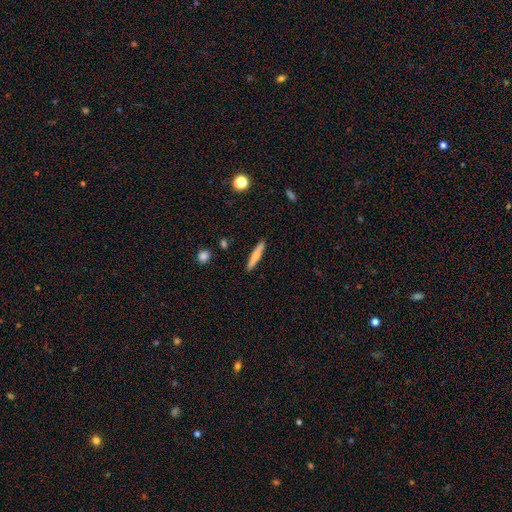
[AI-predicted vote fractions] Smooth or featured? smooth (55%)
How rounded? cigar-shaped (90%)
Merging? none (90%)